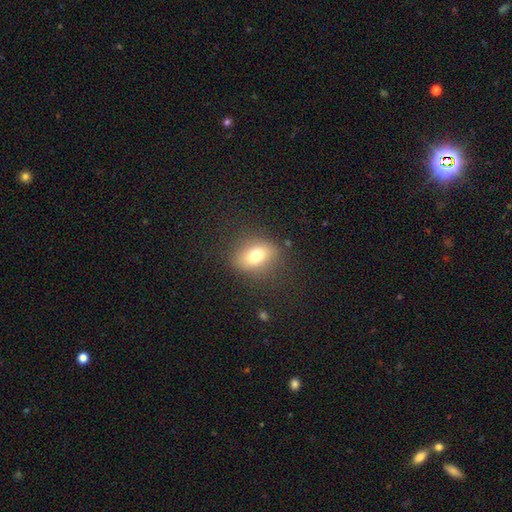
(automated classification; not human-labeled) Overall: smooth (72%). How rounded: in between (65%; round 33%). Merging: none (81%).